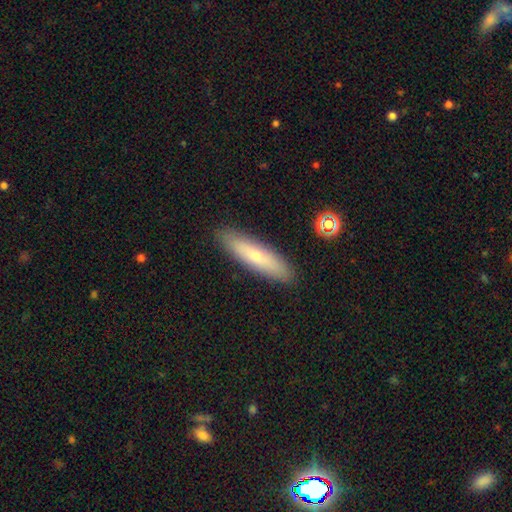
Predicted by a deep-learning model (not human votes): Overall: smooth (63%; featured or disk 30%). How rounded: cigar-shaped (75%). Merging: none (89%).